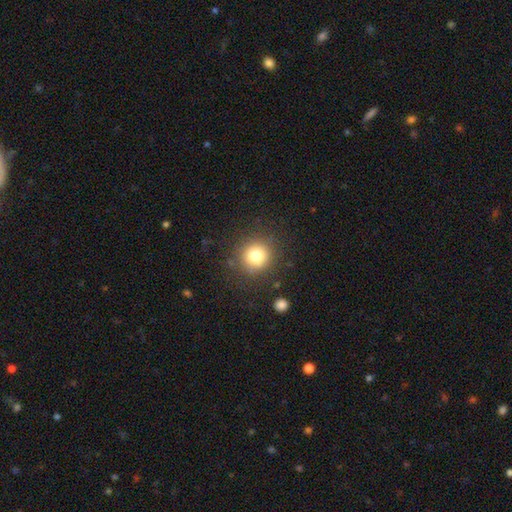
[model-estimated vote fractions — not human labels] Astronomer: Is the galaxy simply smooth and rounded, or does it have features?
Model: smooth — 78%.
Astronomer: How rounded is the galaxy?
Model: round — 91%.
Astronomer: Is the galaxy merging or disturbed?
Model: none — 85%.